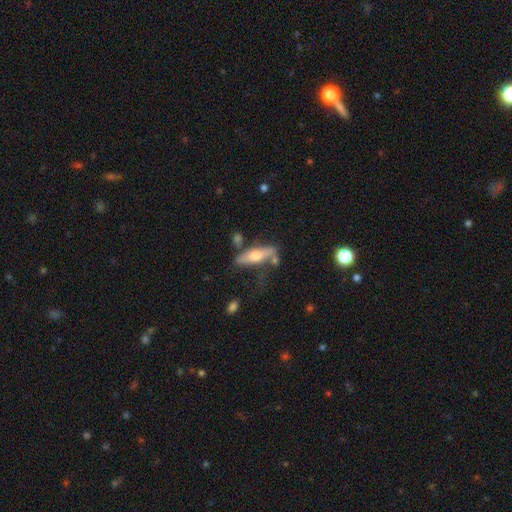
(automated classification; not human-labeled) Smooth or featured: featured or disk — 51% (smooth — 43%)
Edge-on disk: yes — 80% (no — 20%)
Merging: none — 56% (minor disturbance — 22%)